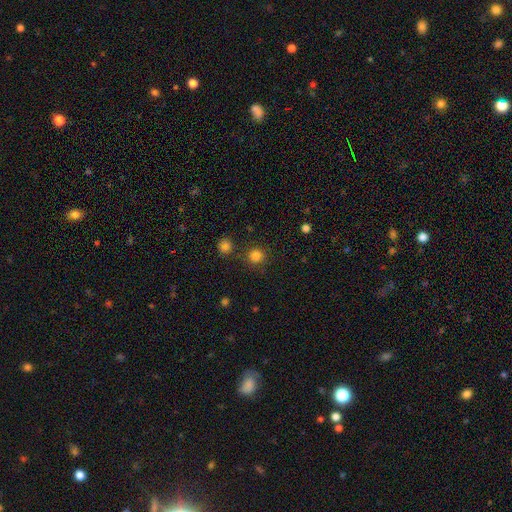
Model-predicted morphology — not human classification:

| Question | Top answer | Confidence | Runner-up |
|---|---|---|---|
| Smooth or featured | smooth | 82% | star or artifact (14%) |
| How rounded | round | 93% | in between (6%) |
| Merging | none | 84% | minor disturbance (8%) |